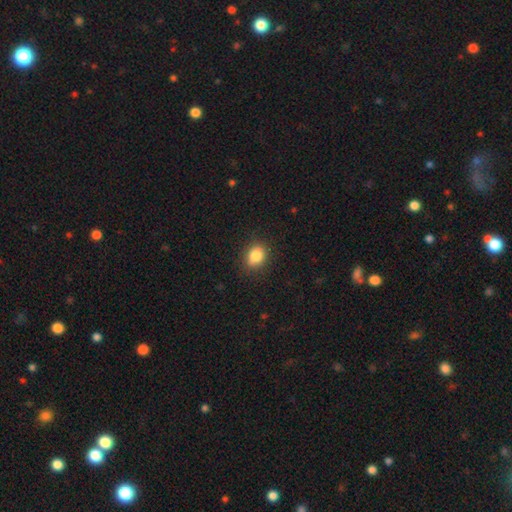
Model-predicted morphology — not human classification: Smooth or featured? Predicted: smooth (p=0.85). How rounded? Predicted: in between (p=0.53). Merging? Predicted: none (p=0.85).